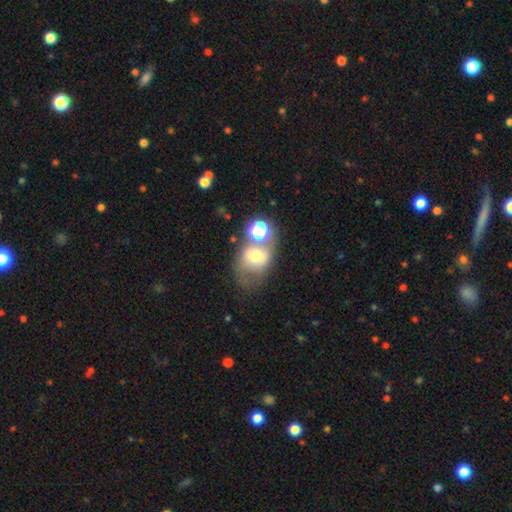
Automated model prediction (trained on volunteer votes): Smooth or featured?
  - smooth: 55% *
  - featured or disk: 30%
  - star or artifact: 14%
How rounded?
  - in between: 58% *
  - round: 41%
  - cigar-shaped: 1%
Merging?
  - none: 33% *
  - merger: 31%
  - minor disturbance: 18%
  - major disturbance: 18%